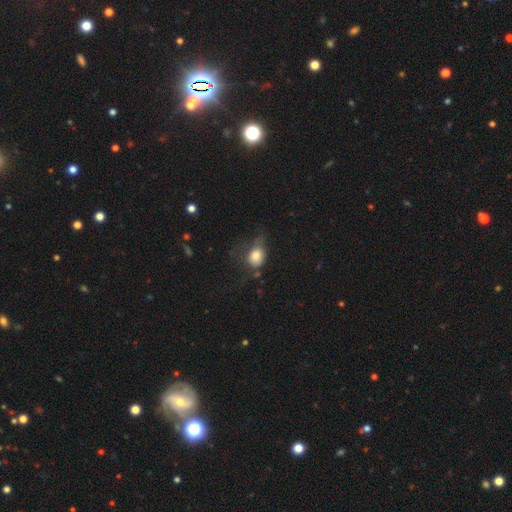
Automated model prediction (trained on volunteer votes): smooth 78%, featured or disk 13%, star or artifact 10%. Down the decision tree: how rounded — in between (52%); merging — minor disturbance (33%, tied with major disturbance).